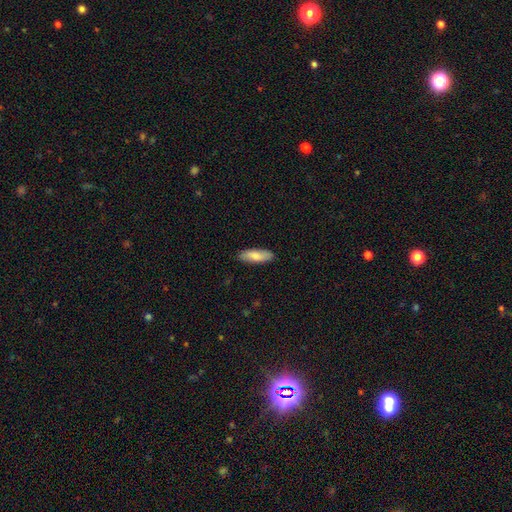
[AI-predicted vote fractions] This is likely a smooth galaxy (79%). How rounded: possibly in between (58%). Merging: clearly none (88%).